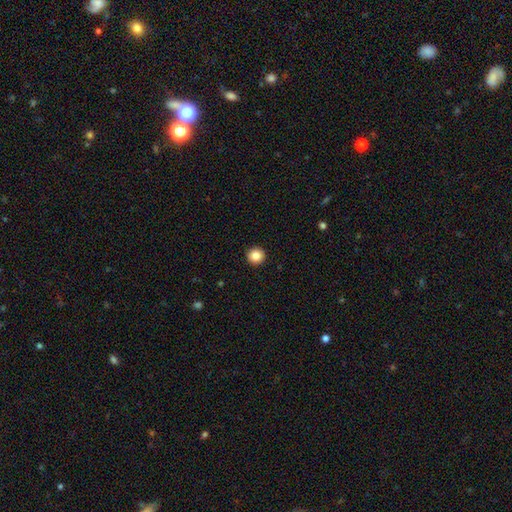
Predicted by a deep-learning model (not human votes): Smooth or featured? smooth (85%)
How rounded? round (95%)
Merging? none (94%)